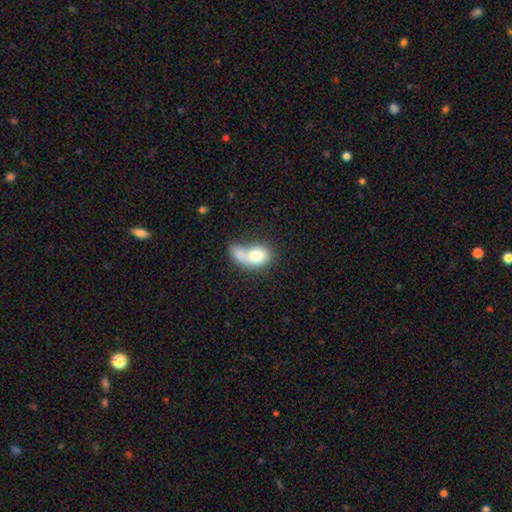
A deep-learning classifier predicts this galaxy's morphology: Smooth or featured? smooth (73%)
How rounded? in between (65%)
Merging? merger (54%)